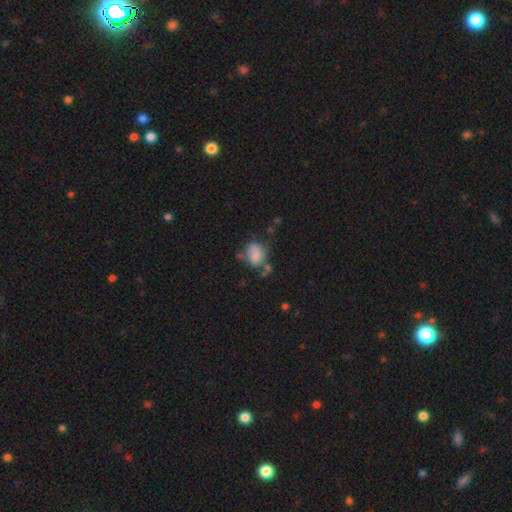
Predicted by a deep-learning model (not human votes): Morphology: type=smooth (70%); roundness=in between (51%); merging=none (41%).